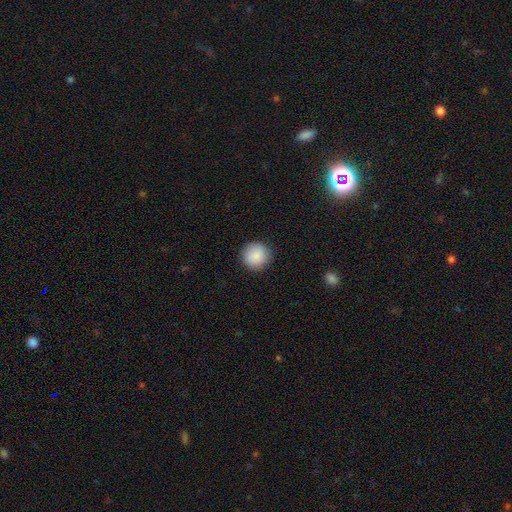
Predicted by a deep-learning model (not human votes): Morphology: type=smooth (89%); roundness=round (95%); merging=none (91%).